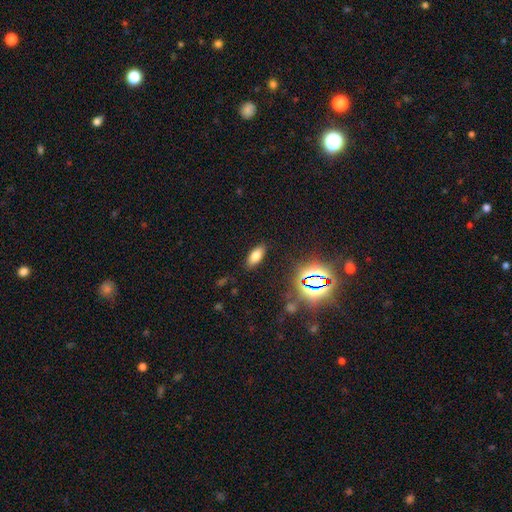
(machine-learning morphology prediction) type=smooth (71%); roundness=in between (84%); merging=none (87%).